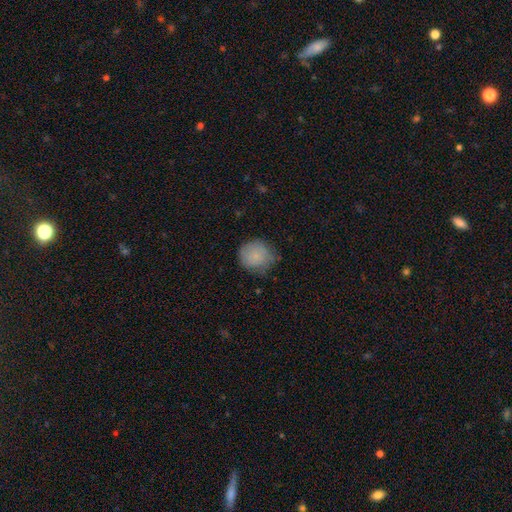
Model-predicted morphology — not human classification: Smooth or featured?
  - smooth: 82% *
  - featured or disk: 10%
  - star or artifact: 8%
How rounded?
  - round: 86% *
  - in between: 13%
  - cigar-shaped: 1%
Merging?
  - none: 67% *
  - minor disturbance: 25%
  - major disturbance: 6%
  - merger: 1%